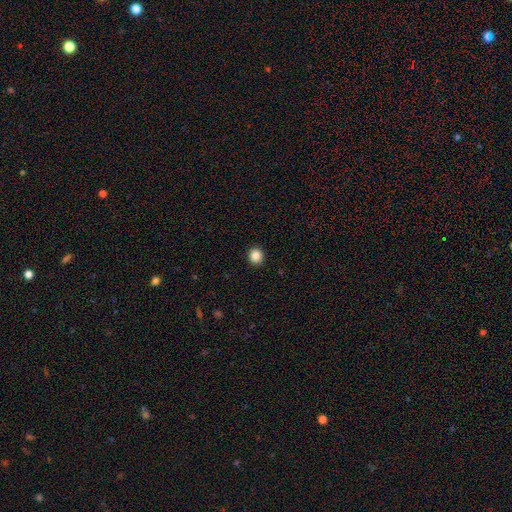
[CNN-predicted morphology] Q: Smooth or featured?
A: smooth (86%); runner-up: star or artifact (10%)
Q: How rounded?
A: round (85%); runner-up: in between (14%)
Q: Merging?
A: none (93%); runner-up: minor disturbance (5%)